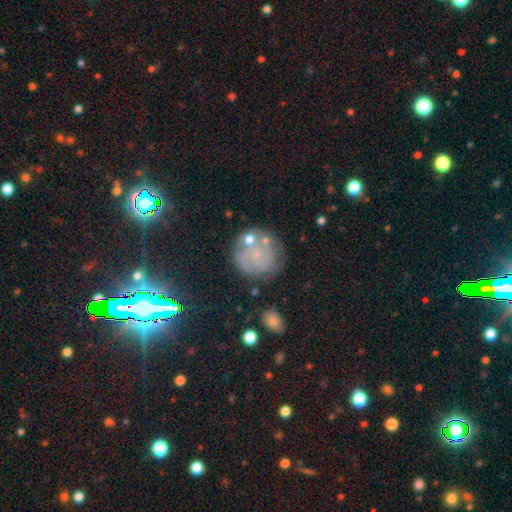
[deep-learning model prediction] Morphology: type=featured or disk (49%); merging=none (62%).